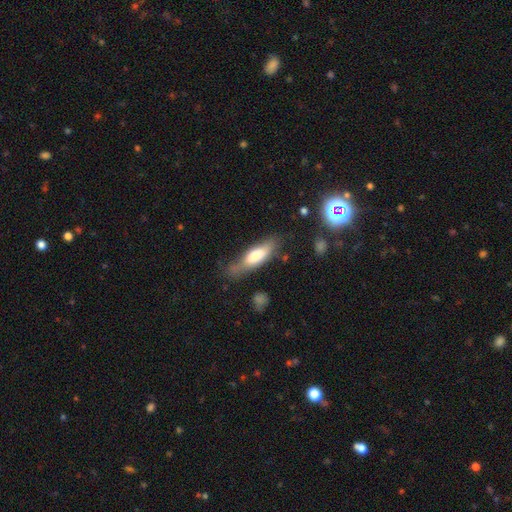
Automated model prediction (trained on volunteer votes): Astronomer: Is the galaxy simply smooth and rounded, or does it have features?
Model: smooth — 67%.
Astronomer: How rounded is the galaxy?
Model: in between — 51% (runner-up: cigar-shaped, 47%).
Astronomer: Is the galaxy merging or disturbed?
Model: none — 56%.